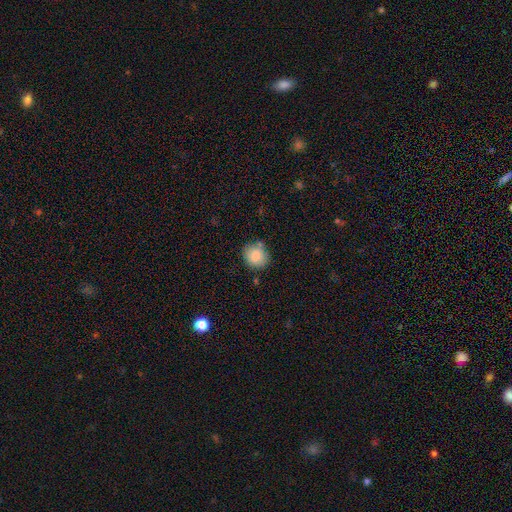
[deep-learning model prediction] The model was most divided on "how rounded": round: 76%, in between: 23%, cigar-shaped: 1%. More confident: smooth or featured — smooth (83%); merging — none (74%).